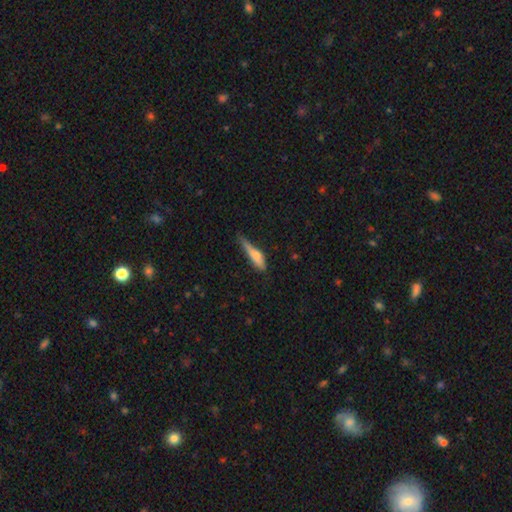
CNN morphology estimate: Smooth or featured? smooth (67%)
How rounded? cigar-shaped (73%)
Merging? minor disturbance (40%)